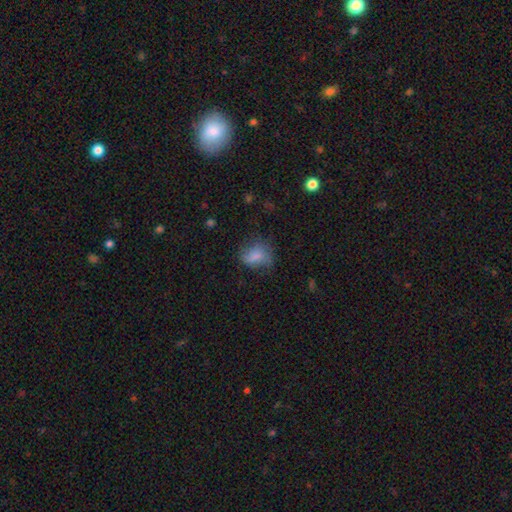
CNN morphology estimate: smooth_or_featured: smooth (p=0.73) [alt: featured or disk p=0.16]
how_rounded: in between (p=0.62) [alt: round p=0.36]
merging: none (p=0.49) [alt: minor disturbance p=0.30]